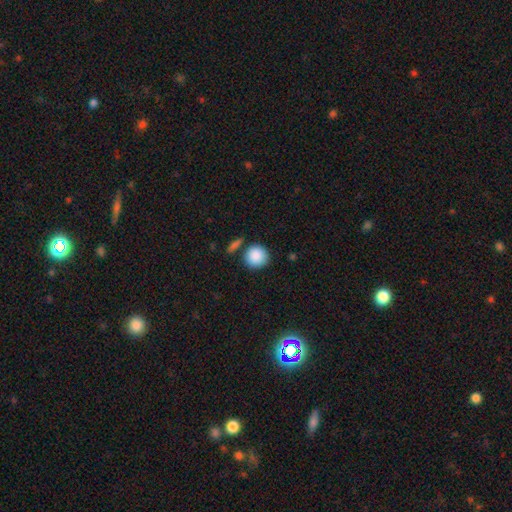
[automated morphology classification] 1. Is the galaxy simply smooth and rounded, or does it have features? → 89% smooth, 7% star or artifact, 4% featured or disk.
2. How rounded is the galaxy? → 92% round, 7% in between, 1% cigar-shaped.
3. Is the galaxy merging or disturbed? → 79% none, 10% minor disturbance, 7% merger, 3% major disturbance.